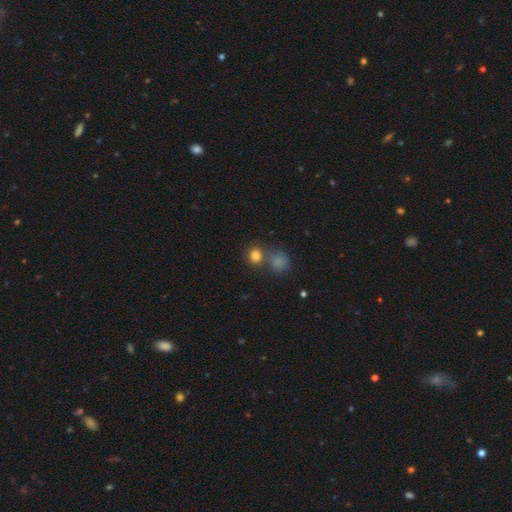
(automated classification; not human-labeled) This appears to be a smooth galaxy with no disk features (81%) that is round (83%). Merging: none (57%).